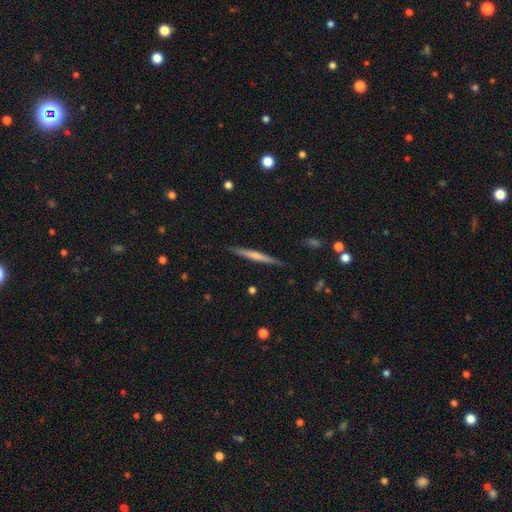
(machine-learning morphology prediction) Q: Smooth or featured?
A: smooth (49%); runner-up: featured or disk (46%)
Q: Merging?
A: none (88%); runner-up: minor disturbance (9%)